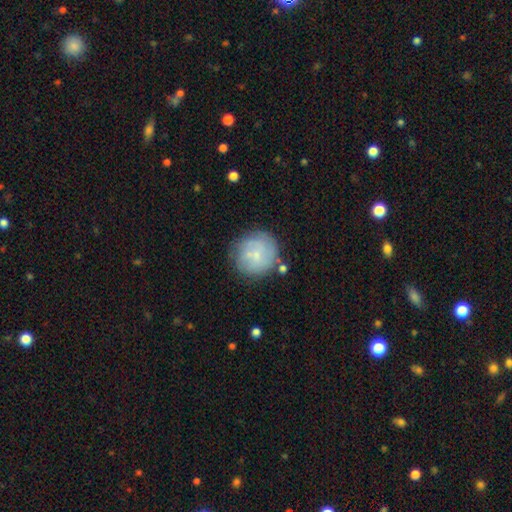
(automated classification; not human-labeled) Smooth or featured? Predicted: smooth (p=0.58). How rounded? Predicted: round (p=0.91). Merging? Predicted: none (p=0.69).